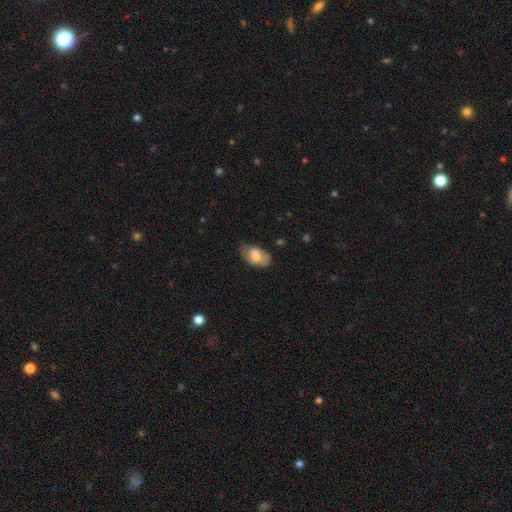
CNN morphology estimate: Smooth or featured? Predicted: smooth (p=0.68). How rounded? Predicted: in between (p=0.93). Merging? Predicted: none (p=0.65).